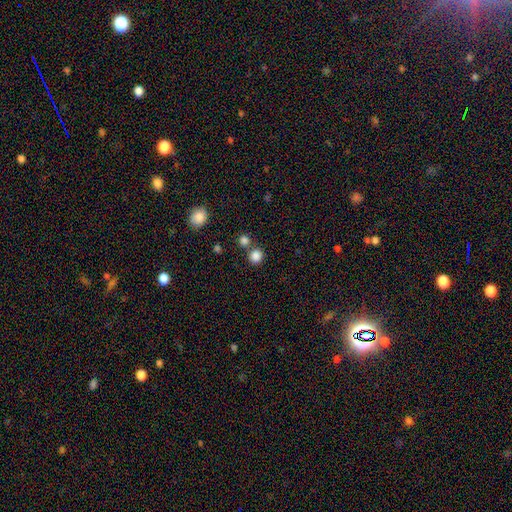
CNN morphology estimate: This appears to be a smooth galaxy with no disk features (84%) that is round (90%). Merging: none (72%).